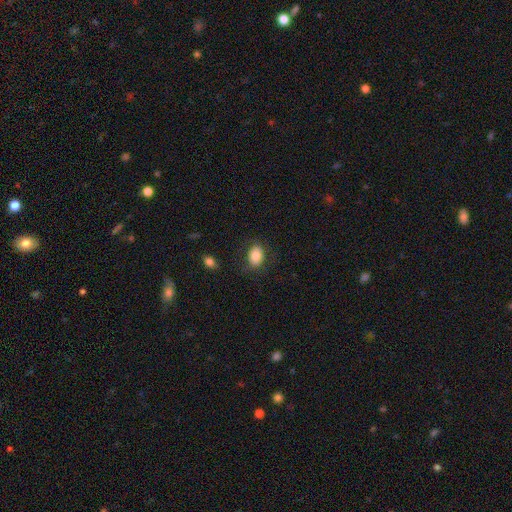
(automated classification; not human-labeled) Smooth or featured? smooth (80%)
How rounded? in between (73%)
Merging? none (80%)